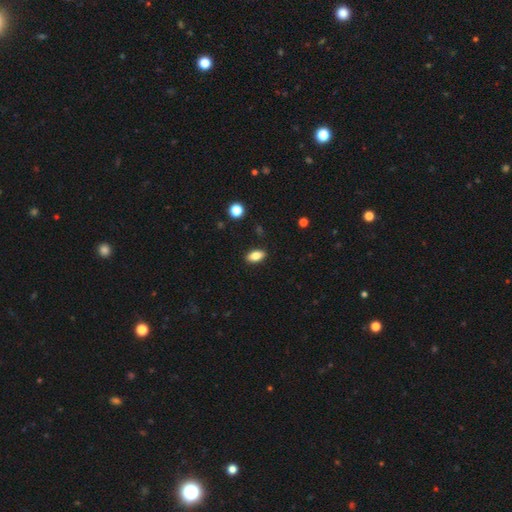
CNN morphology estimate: The model was most divided on "smooth or featured": smooth: 81%, featured or disk: 10%, star or artifact: 8%. More confident: how rounded — in between (89%); merging — none (89%).